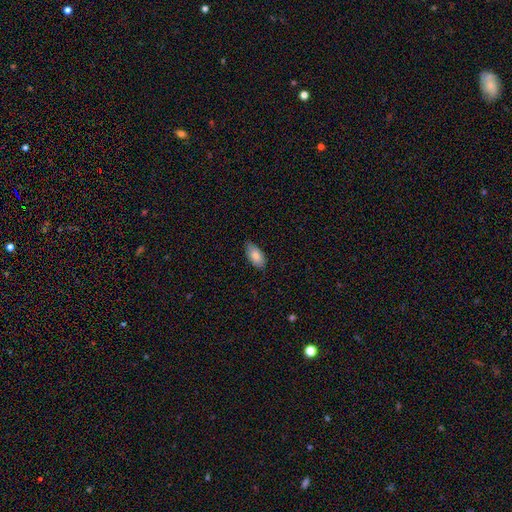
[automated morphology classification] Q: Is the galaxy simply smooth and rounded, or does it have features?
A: smooth — 82%.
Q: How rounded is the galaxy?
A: in between — 93%.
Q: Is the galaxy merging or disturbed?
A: none — 82%.